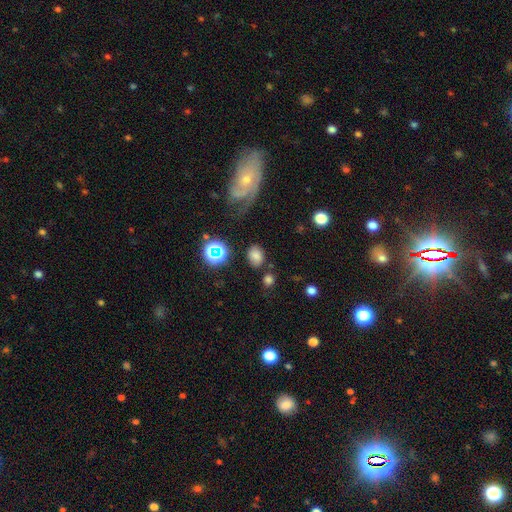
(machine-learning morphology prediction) smooth-or-featured: smooth: 73% | star or artifact: 15% | featured or disk: 12%
  how-rounded: in between: 69% | round: 30% | cigar-shaped: 1%
  merging: none: 73% | minor disturbance: 15% | major disturbance: 6% | merger: 6%